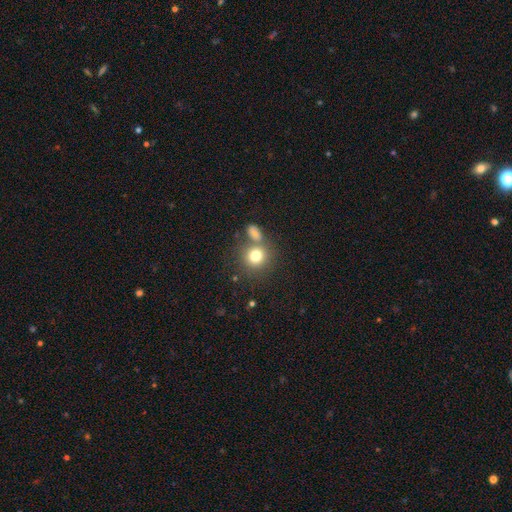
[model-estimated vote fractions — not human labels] Smooth or featured? Predicted: smooth (p=0.78). How rounded? Predicted: round (p=0.85). Merging? Predicted: none (p=0.61).